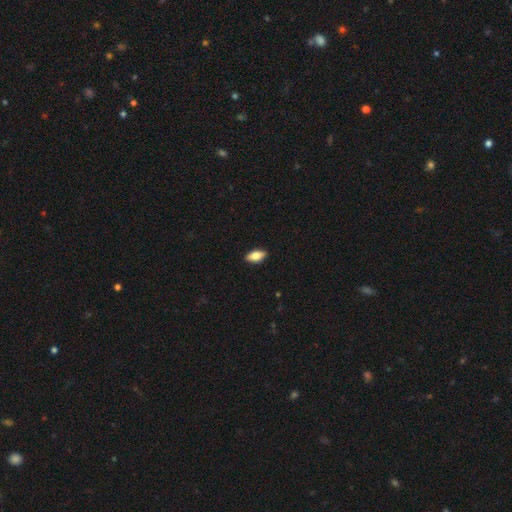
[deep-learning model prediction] smooth_or_featured: smooth (p=0.71) [alt: featured or disk p=0.22]
how_rounded: in between (p=0.86) [alt: cigar-shaped p=0.11]
merging: none (p=0.89) [alt: minor disturbance p=0.08]